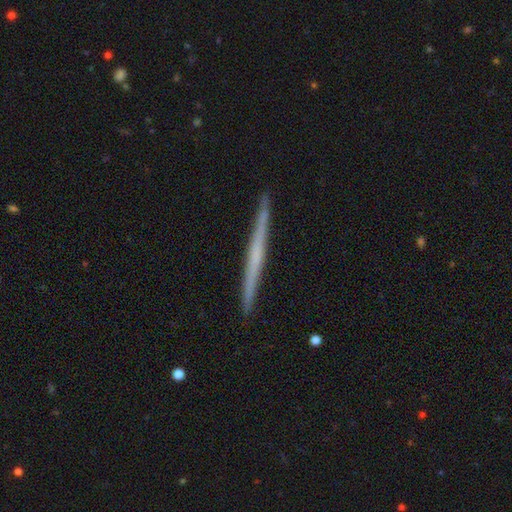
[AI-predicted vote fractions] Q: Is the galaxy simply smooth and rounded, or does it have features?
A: featured or disk — 60%.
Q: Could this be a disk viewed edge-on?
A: yes — 98%.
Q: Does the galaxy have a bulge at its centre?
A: none — 81%.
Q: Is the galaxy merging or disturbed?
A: none — 93%.